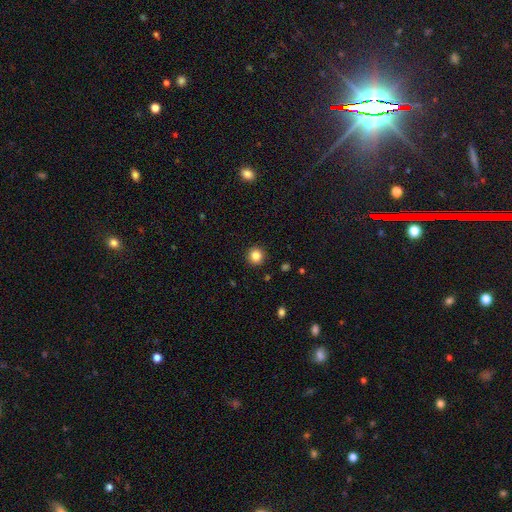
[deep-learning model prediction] Smooth or featured: smooth — 85% (star or artifact — 11%)
How rounded: round — 94% (in between — 5%)
Merging: none — 92% (minor disturbance — 5%)